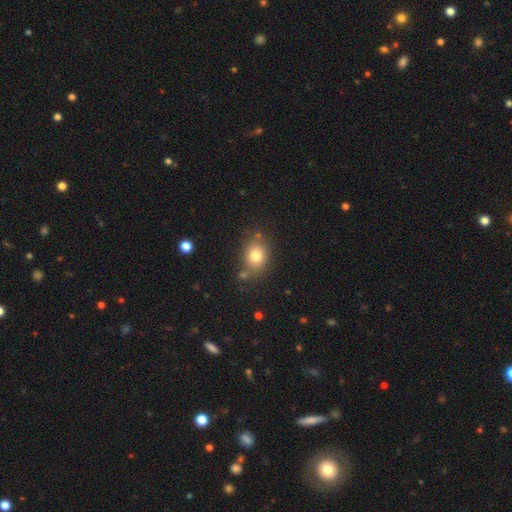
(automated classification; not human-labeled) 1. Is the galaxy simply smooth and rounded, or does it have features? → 79% smooth, 11% star or artifact, 10% featured or disk.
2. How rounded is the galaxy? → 56% in between, 43% round, 1% cigar-shaped.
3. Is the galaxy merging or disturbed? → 72% none, 15% minor disturbance, 9% merger, 5% major disturbance.